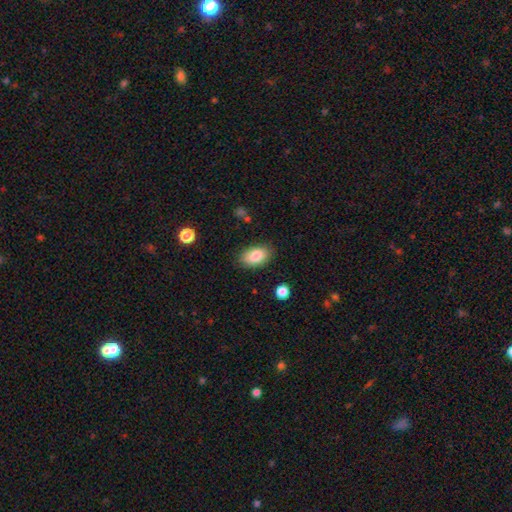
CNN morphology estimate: Q: Smooth or featured?
A: smooth (85%); runner-up: featured or disk (8%)
Q: How rounded?
A: in between (92%); runner-up: round (7%)
Q: Merging?
A: none (83%); runner-up: minor disturbance (12%)